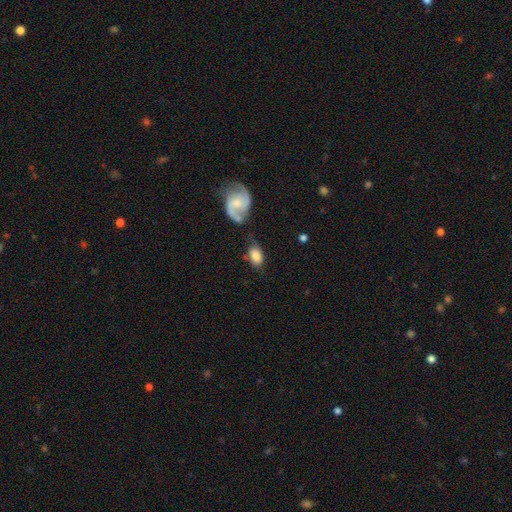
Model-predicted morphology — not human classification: A smooth galaxy with no disk features (72%) that is in between round and cigar-shaped (88%).

Vote fractions:
- Smooth or featured? smooth: 72% / featured or disk: 21% / star or artifact: 7%
- How rounded? in between: 88% / round: 10% / cigar-shaped: 2%
- Merging? none: 51% / minor disturbance: 24% / merger: 15% / major disturbance: 11%